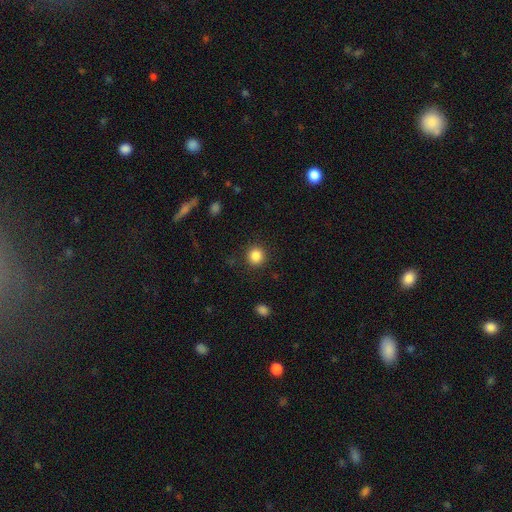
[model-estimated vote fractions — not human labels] The model was most divided on "smooth or featured": smooth: 86%, star or artifact: 11%, featured or disk: 4%. More confident: how rounded — round (93%); merging — none (90%).